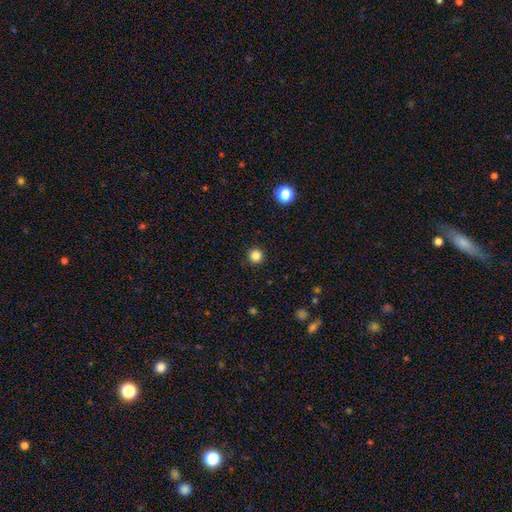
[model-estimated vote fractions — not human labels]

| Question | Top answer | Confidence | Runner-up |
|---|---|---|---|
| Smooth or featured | smooth | 83% | star or artifact (13%) |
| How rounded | round | 96% | in between (3%) |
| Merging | none | 93% | minor disturbance (5%) |